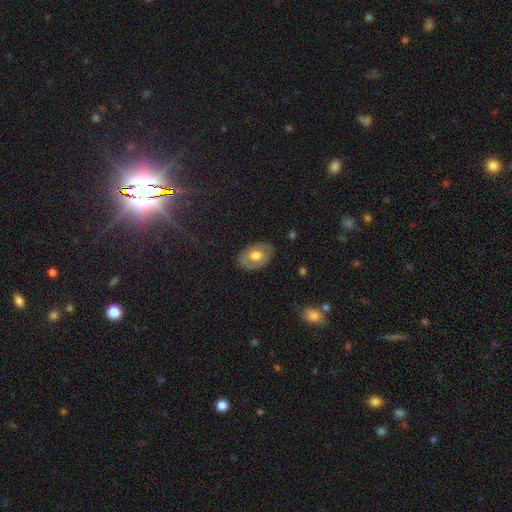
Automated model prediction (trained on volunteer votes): A smooth galaxy with no disk features (50%) that is in between round and cigar-shaped (82%).

Vote fractions:
- Smooth or featured? smooth: 50% / featured or disk: 43% / star or artifact: 6%
- How rounded? in between: 82% / round: 17% / cigar-shaped: 1%
- Merging? none: 81% / minor disturbance: 14% / major disturbance: 4% / merger: 1%